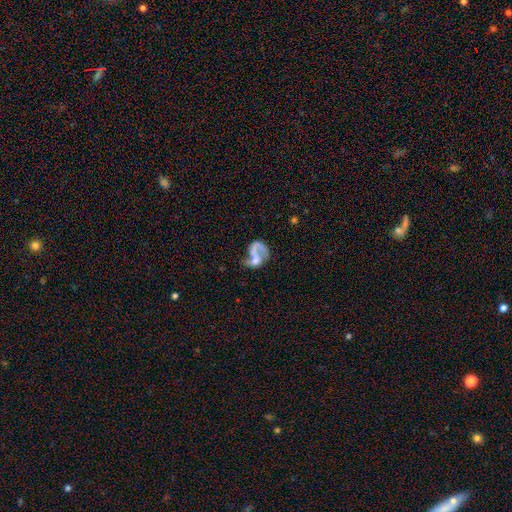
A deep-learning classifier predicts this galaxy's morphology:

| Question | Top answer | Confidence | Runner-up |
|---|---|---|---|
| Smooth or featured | featured or disk | 67% | smooth (24%) |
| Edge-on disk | no | 98% | yes (2%) |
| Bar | no | 68% | weak (24%) |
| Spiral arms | yes | 69% | no (31%) |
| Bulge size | none | 39% | small (29%) |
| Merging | major disturbance | 34% | merger (31%) |